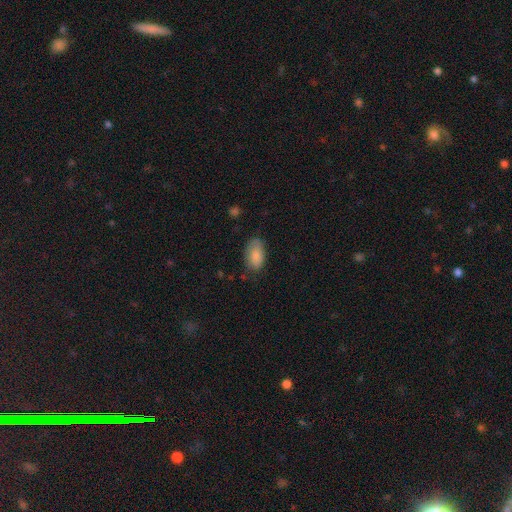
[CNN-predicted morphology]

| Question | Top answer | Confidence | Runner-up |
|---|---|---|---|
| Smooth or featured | smooth | 84% | featured or disk (9%) |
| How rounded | in between | 94% | round (4%) |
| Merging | none | 68% | minor disturbance (24%) |